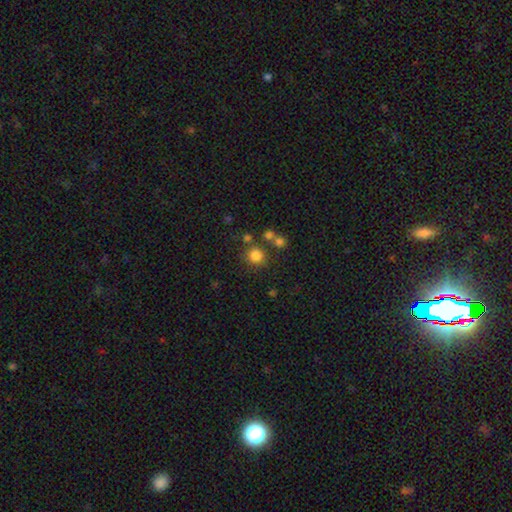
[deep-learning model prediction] The model was most divided on "merging": none: 74%, merger: 13%, minor disturbance: 9%, major disturbance: 4%. More confident: how rounded — round (90%); smooth or featured — smooth (81%).